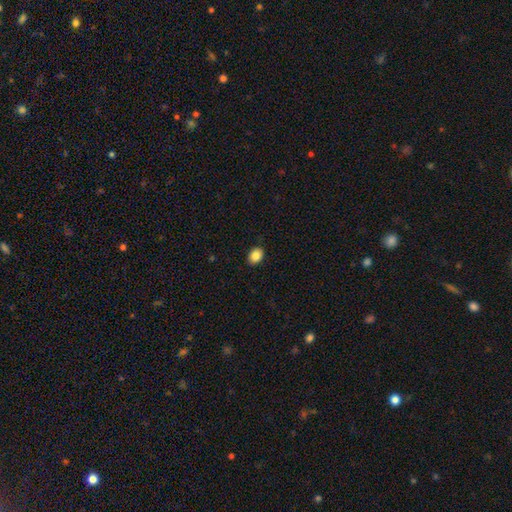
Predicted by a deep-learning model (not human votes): This appears to be a smooth galaxy with no disk features (85%) that is in between round and cigar-shaped (63%). Merging: none (89%).